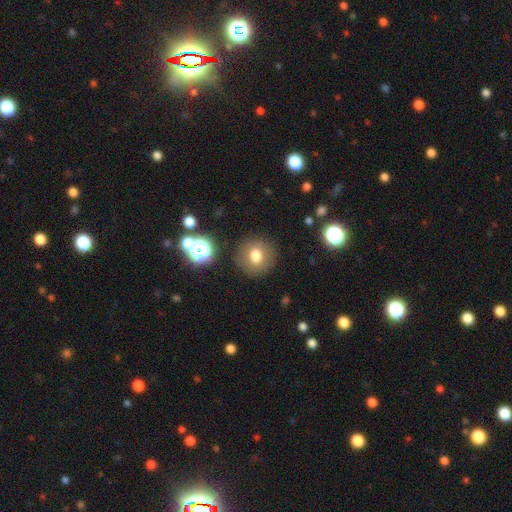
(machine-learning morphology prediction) smooth-or-featured: smooth: 75% | featured or disk: 13% | star or artifact: 13%
  how-rounded: round: 88% | in between: 11% | cigar-shaped: 1%
  merging: none: 86% | minor disturbance: 8% | major disturbance: 3% | merger: 2%